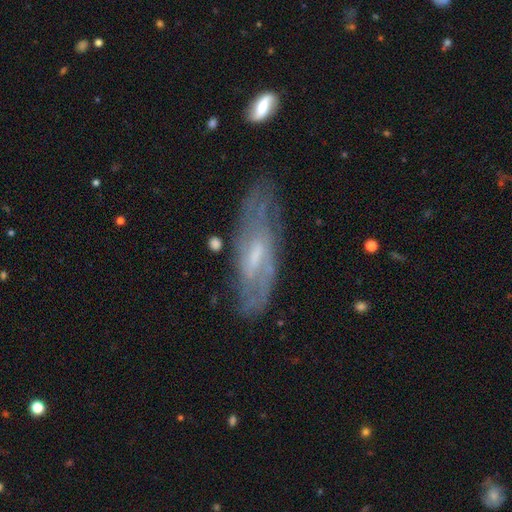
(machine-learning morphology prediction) Q: Smooth or featured?
A: featured or disk (70%); runner-up: smooth (23%)
Q: Edge-on disk?
A: no (77%); runner-up: yes (23%)
Q: Bar?
A: weak (53%); runner-up: no (28%)
Q: Spiral arms?
A: yes (76%); runner-up: no (24%)
Q: Bulge size?
A: small (46%); runner-up: moderate (35%)
Q: Merging?
A: none (72%); runner-up: minor disturbance (19%)